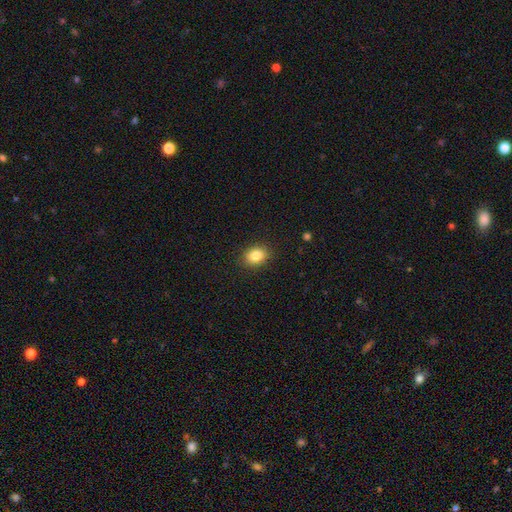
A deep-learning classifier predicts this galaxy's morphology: A smooth galaxy with no disk features (84%) that is in between round and cigar-shaped (61%).

Vote fractions:
- Smooth or featured? smooth: 84% / star or artifact: 10% / featured or disk: 6%
- How rounded? in between: 61% / round: 38% / cigar-shaped: 1%
- Merging? none: 88% / minor disturbance: 9% / major disturbance: 2% / merger: 1%